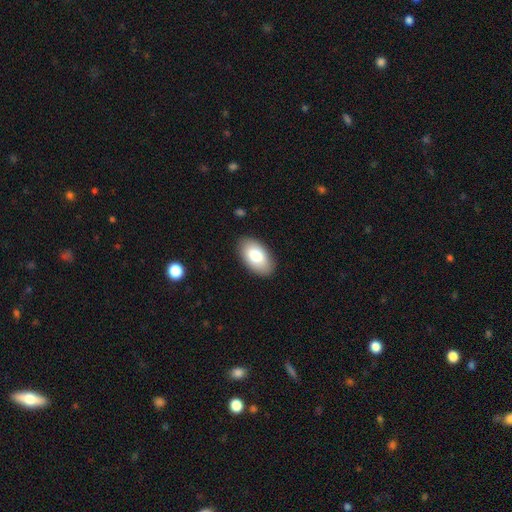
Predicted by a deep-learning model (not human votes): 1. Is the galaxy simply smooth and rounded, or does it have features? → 79% smooth, 15% featured or disk, 6% star or artifact.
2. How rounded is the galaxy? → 95% in between, 4% round, 2% cigar-shaped.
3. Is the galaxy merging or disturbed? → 88% none, 9% minor disturbance, 2% major disturbance, 1% merger.